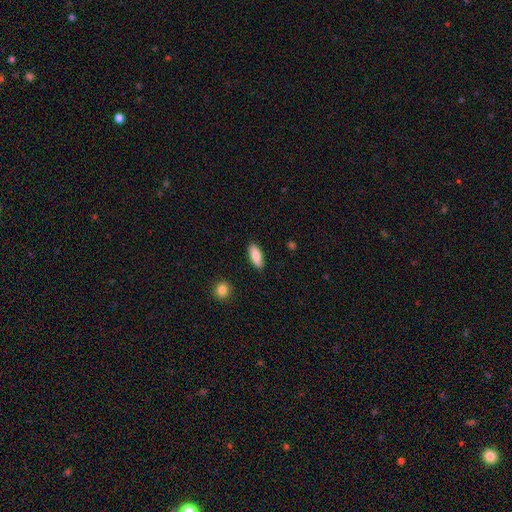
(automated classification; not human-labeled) A smooth galaxy with no disk features (85%) that is in between round and cigar-shaped (80%). Merging: none (88%).